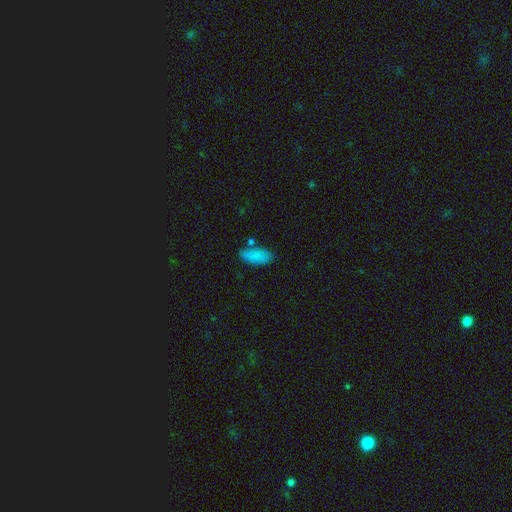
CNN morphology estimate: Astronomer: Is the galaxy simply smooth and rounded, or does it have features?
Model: smooth — 86%.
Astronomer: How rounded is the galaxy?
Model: in between — 86%.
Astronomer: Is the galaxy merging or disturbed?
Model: none — 71%.